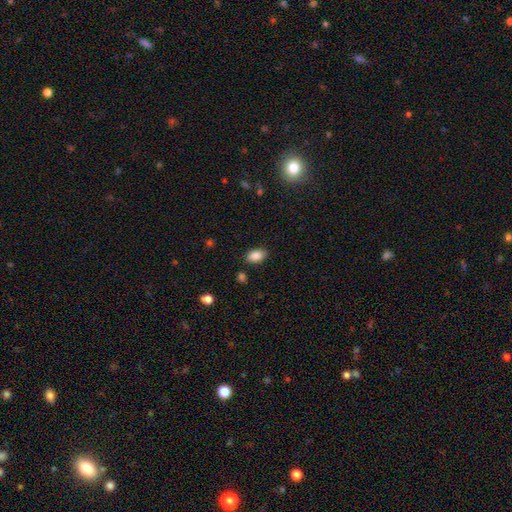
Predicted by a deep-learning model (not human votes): Morphology: type=smooth (88%); roundness=in between (91%); merging=none (86%).